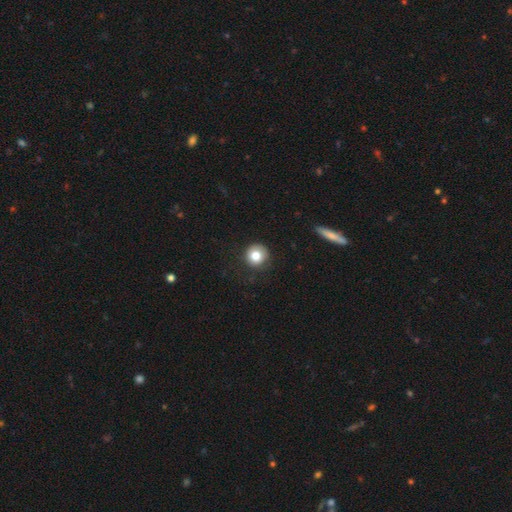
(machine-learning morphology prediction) Q: Smooth or featured?
A: smooth (81%); runner-up: star or artifact (10%)
Q: How rounded?
A: round (94%); runner-up: in between (5%)
Q: Merging?
A: none (83%); runner-up: minor disturbance (12%)